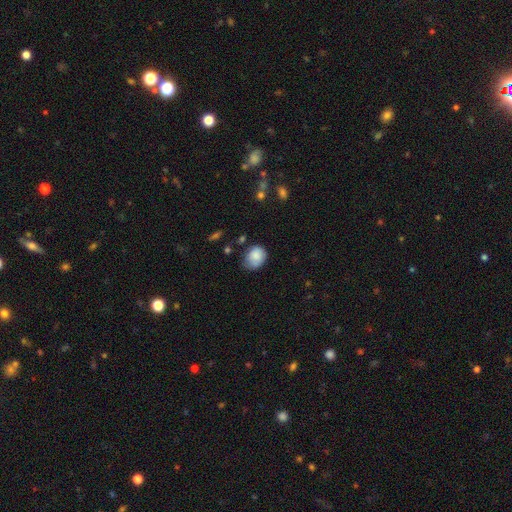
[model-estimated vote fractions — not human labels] A smooth galaxy with no disk features (82%) that is in between round and cigar-shaped (51%). Merging: none (48%).